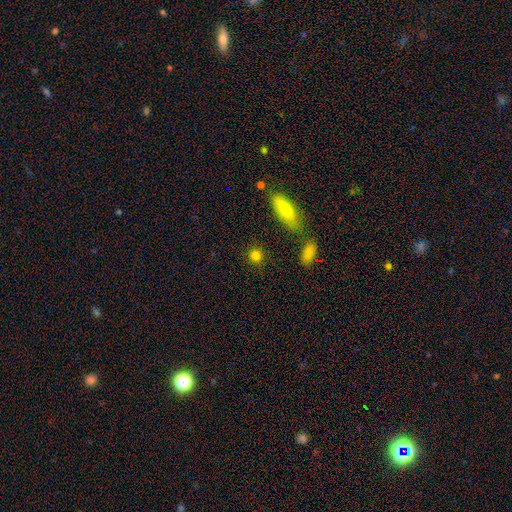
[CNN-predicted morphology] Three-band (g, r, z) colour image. It shows a smooth galaxy with no disk features (83%) that is round (83%). Merging: none (86%).